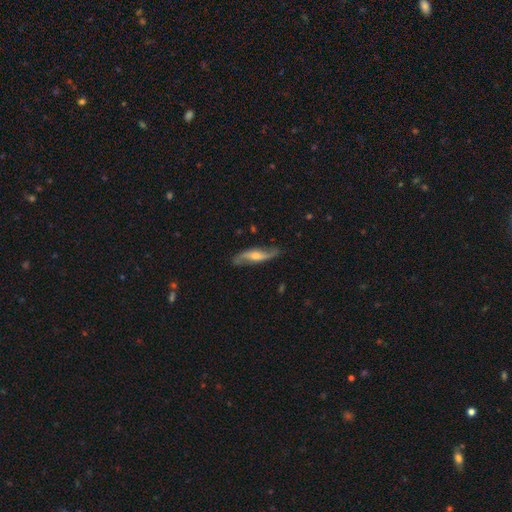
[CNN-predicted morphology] Overall: featured or disk (80%). Edge-on disk: no (78%). Bar: no (43%; weak 36%). Spiral arms: yes (94%). Spiral arm count: 2 (92%). Spiral winding: loose (74%). Bulge size: moderate (54%; small 37%). Merging: none (80%).